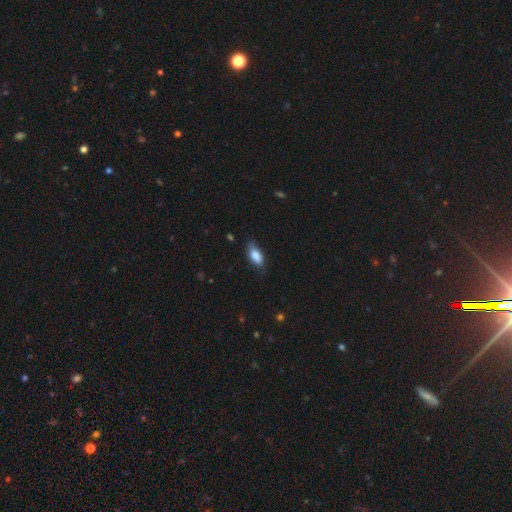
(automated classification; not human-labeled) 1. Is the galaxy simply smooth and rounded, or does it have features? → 81% smooth, 12% featured or disk, 7% star or artifact.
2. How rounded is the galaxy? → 84% in between, 13% cigar-shaped, 3% round.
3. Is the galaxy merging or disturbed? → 70% none, 24% minor disturbance, 5% major disturbance, 1% merger.